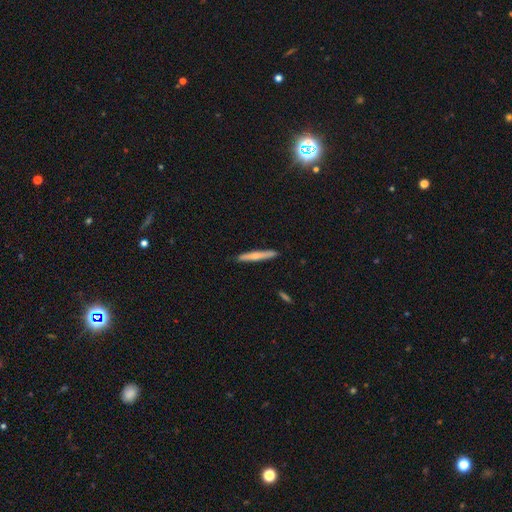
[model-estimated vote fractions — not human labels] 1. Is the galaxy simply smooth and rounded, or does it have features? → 54% smooth, 40% featured or disk, 6% star or artifact.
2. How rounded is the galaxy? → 95% cigar-shaped, 4% in between, 1% round.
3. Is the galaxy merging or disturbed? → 90% none, 7% minor disturbance, 1% major disturbance, 1% merger.